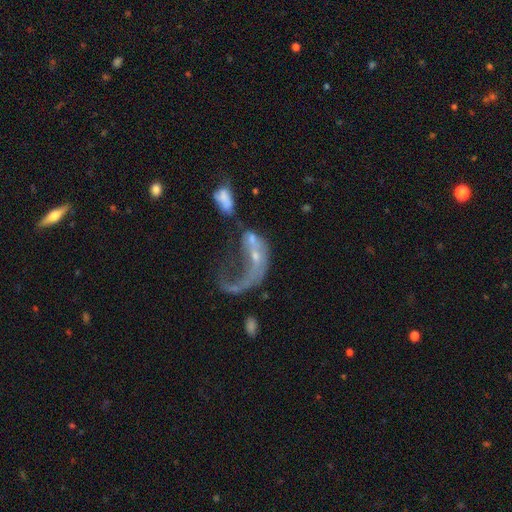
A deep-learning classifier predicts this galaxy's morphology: Q: Smooth or featured?
A: featured or disk (67%); runner-up: smooth (23%)
Q: Edge-on disk?
A: no (96%); runner-up: yes (4%)
Q: Bar?
A: no (73%); runner-up: weak (21%)
Q: Spiral arms?
A: yes (50%); tied with: no (50%)
Q: Bulge size?
A: small (51%); runner-up: none (23%)
Q: Merging?
A: major disturbance (45%); runner-up: merger (35%)